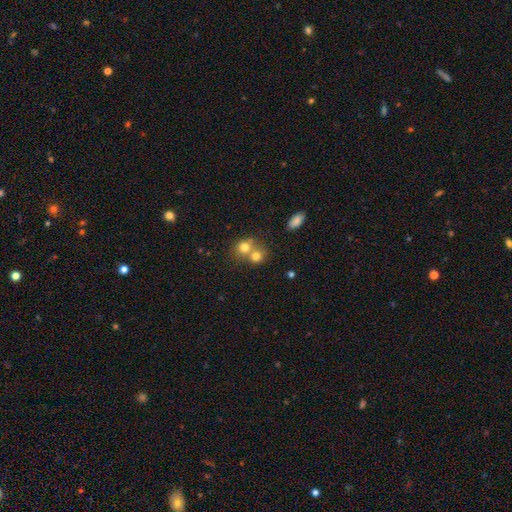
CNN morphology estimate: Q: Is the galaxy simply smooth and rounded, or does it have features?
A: smooth — 74%.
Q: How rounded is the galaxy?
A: round — 77%.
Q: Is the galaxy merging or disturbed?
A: merger — 59%.